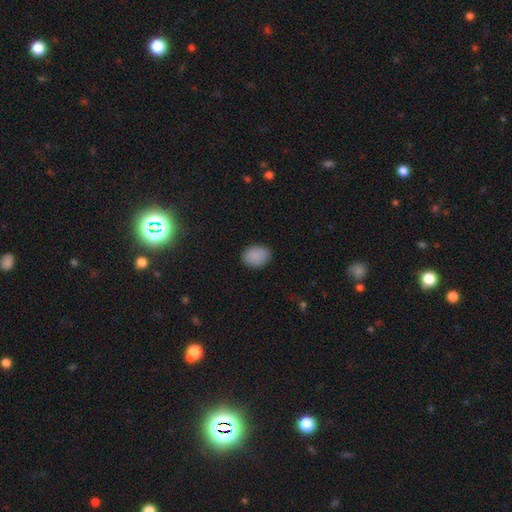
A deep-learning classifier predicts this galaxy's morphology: Smooth or featured? smooth (89%)
How rounded? in between (64%)
Merging? none (86%)